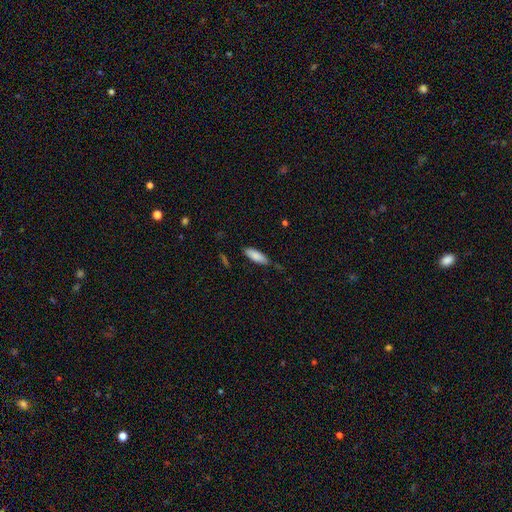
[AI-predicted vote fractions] Smooth or featured? smooth (86%)
How rounded? in between (62%)
Merging? none (73%)